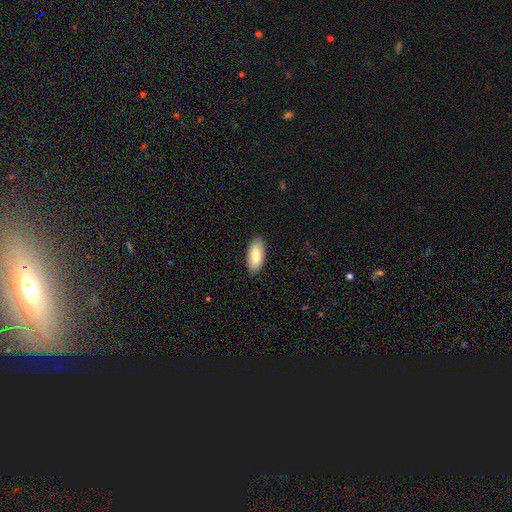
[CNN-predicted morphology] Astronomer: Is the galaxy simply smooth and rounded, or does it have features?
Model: smooth — 83%.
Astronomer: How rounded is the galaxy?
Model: in between — 90%.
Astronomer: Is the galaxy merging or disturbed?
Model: none — 88%.